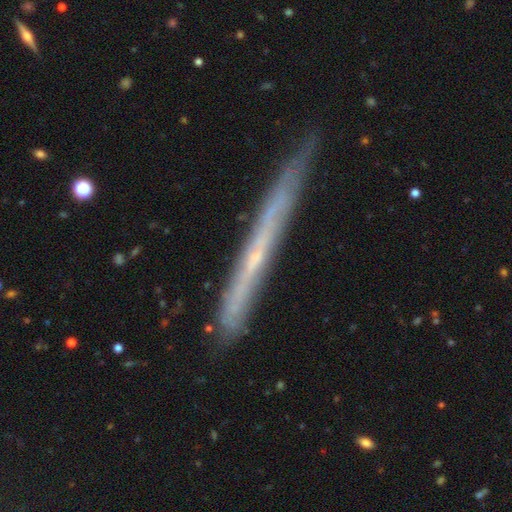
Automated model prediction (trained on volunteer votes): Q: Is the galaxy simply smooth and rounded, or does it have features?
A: featured or disk — 65%.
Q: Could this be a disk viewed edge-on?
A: yes — 92%.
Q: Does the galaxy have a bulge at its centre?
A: none — 82%.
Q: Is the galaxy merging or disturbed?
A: none — 80%.